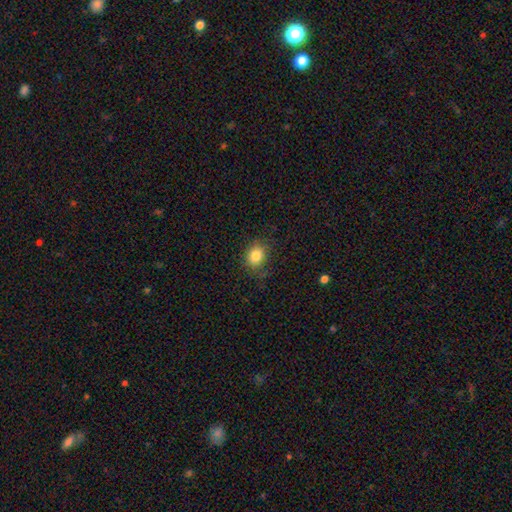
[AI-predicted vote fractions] A smooth galaxy with no disk features (82%) that is round (56%).

Vote fractions:
- Smooth or featured? smooth: 82% / star or artifact: 11% / featured or disk: 7%
- How rounded? round: 56% / in between: 43% / cigar-shaped: 1%
- Merging? none: 77% / minor disturbance: 17% / major disturbance: 5% / merger: 1%